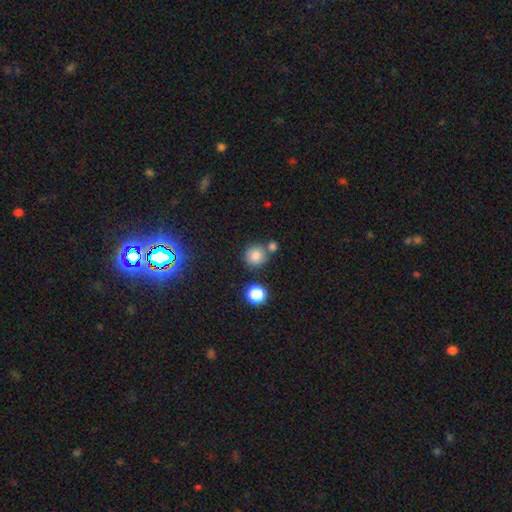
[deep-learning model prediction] A smooth galaxy with no disk features (78%) that is round (91%). Merging: none (69%).